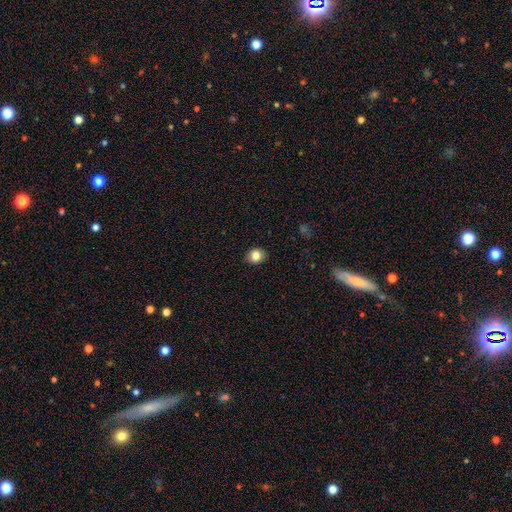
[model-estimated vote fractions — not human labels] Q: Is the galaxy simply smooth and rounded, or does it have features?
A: smooth — 84%.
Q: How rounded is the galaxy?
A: round — 76%.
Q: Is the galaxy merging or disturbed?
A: none — 90%.